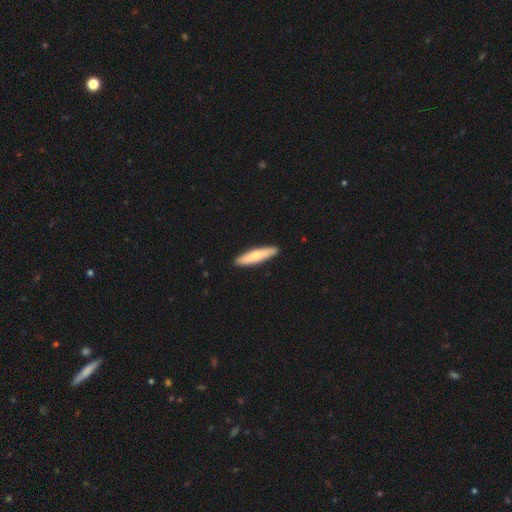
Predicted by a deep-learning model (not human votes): Smooth or featured? Predicted: smooth (p=0.71). How rounded? Predicted: cigar-shaped (p=0.87). Merging? Predicted: none (p=0.91).